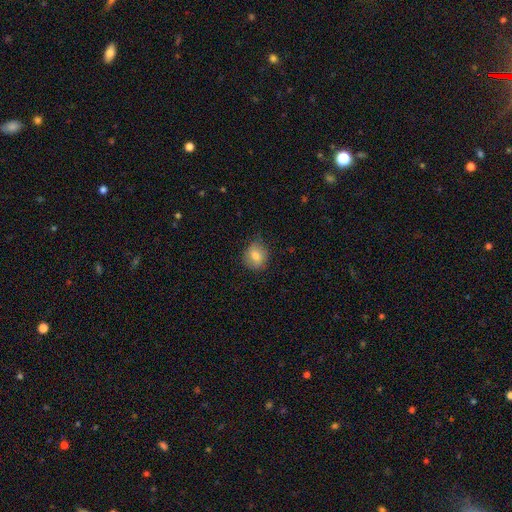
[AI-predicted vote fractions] This appears to be a smooth galaxy with no disk features (77%) that is round (67%). Merging: none (77%).